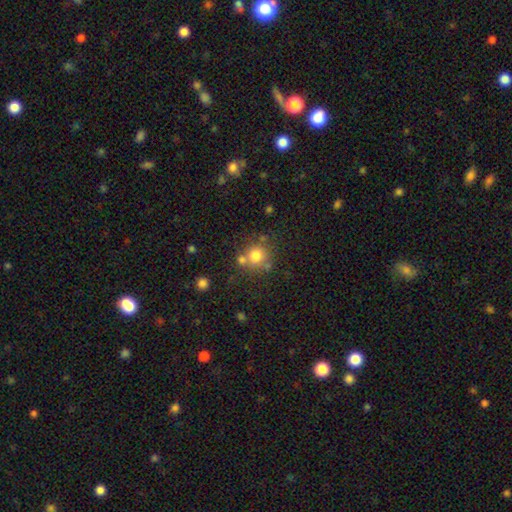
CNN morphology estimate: Smooth or featured: smooth — 76% (star or artifact — 13%)
How rounded: round — 89% (in between — 10%)
Merging: none — 62% (merger — 22%)